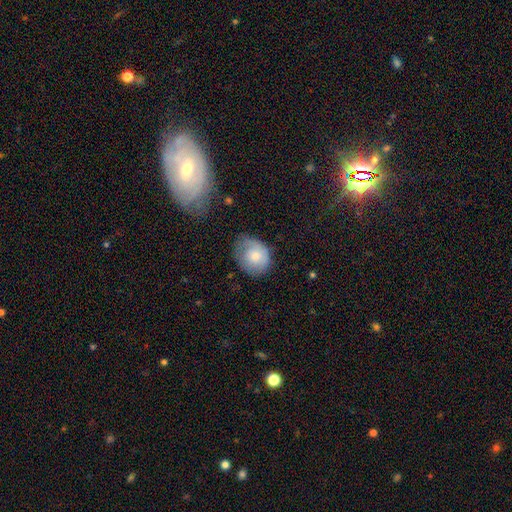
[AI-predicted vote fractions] Overall: smooth (64%; featured or disk 29%). How rounded: round (61%; in between 38%). Merging: none (56%; minor disturbance 32%).